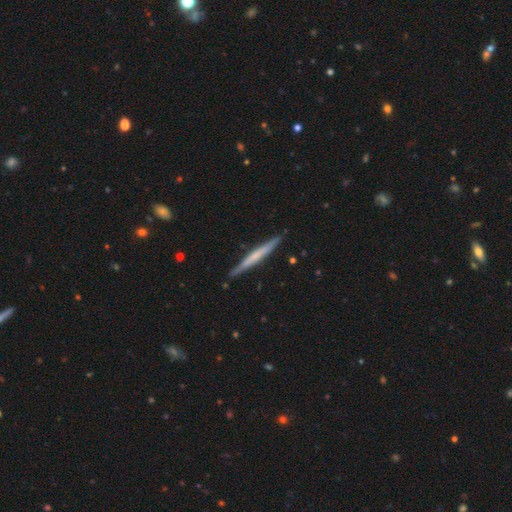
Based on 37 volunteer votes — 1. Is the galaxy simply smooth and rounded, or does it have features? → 68% featured or disk, 30% smooth, 3% star or artifact.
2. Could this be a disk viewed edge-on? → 100% yes, 0% no.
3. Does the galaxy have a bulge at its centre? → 40% boxy (tied), 40% none (tied), 20% rounded.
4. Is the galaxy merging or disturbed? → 94% none, 3% minor disturbance, 3% major disturbance, 0% merger.